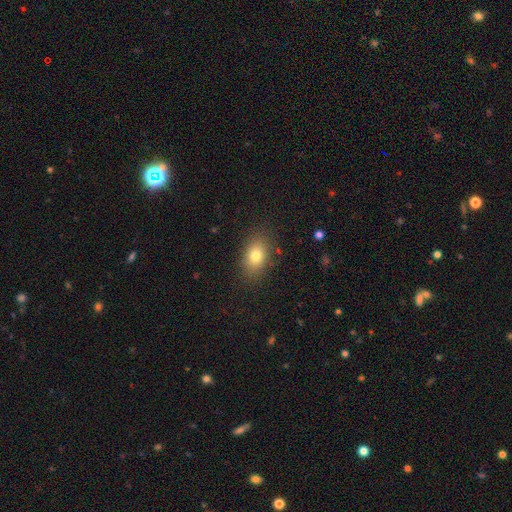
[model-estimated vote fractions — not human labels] Smooth or featured: smooth — 78% (featured or disk — 12%)
How rounded: in between — 79% (round — 19%)
Merging: none — 84% (minor disturbance — 11%)